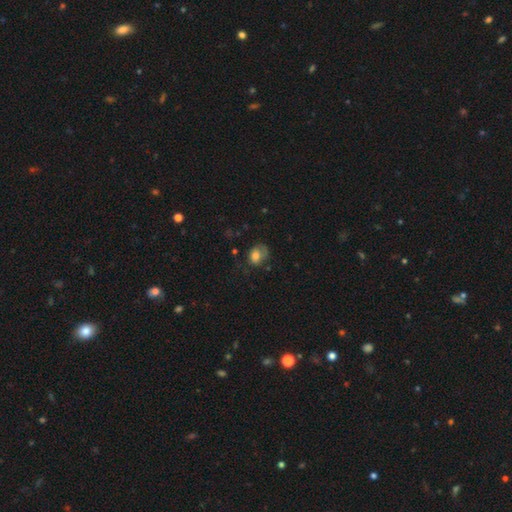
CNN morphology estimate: smooth_or_featured: smooth (p=0.70) [alt: featured or disk p=0.21]
how_rounded: in between (p=0.59) [alt: round p=0.40]
merging: none (p=0.46) [alt: minor disturbance p=0.31]